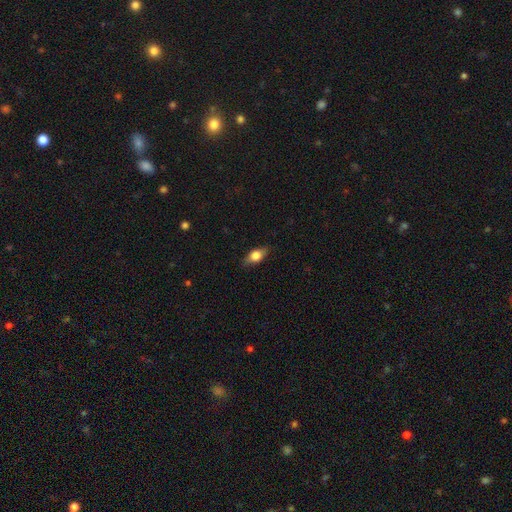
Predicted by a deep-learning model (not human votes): A smooth galaxy with no disk features (69%) that is in between round and cigar-shaped (78%). Merging: none (83%).